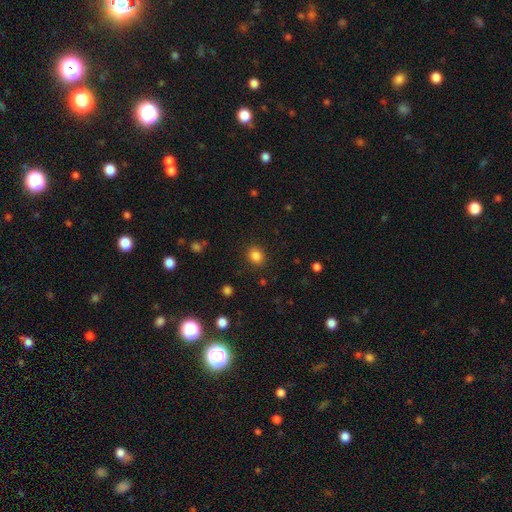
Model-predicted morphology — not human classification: This is clearly a smooth galaxy (84%). How rounded: likely round (66%). Merging: clearly none (87%).